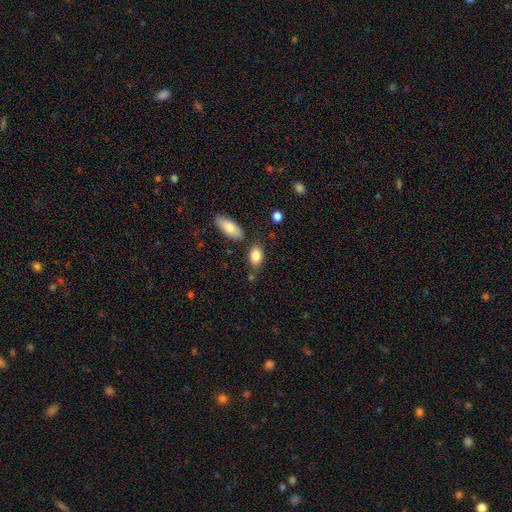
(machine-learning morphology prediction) smooth 84%, featured or disk 9%, star or artifact 7%. Down the decision tree: how rounded — in between (89%); merging — none (72%).